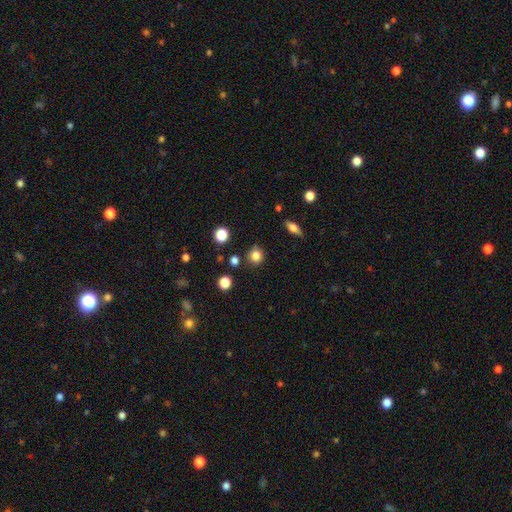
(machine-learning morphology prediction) Smooth or featured?
  - smooth: 83% *
  - star or artifact: 12%
  - featured or disk: 6%
How rounded?
  - round: 89% *
  - in between: 10%
  - cigar-shaped: 1%
Merging?
  - none: 83% *
  - minor disturbance: 10%
  - merger: 4%
  - major disturbance: 3%